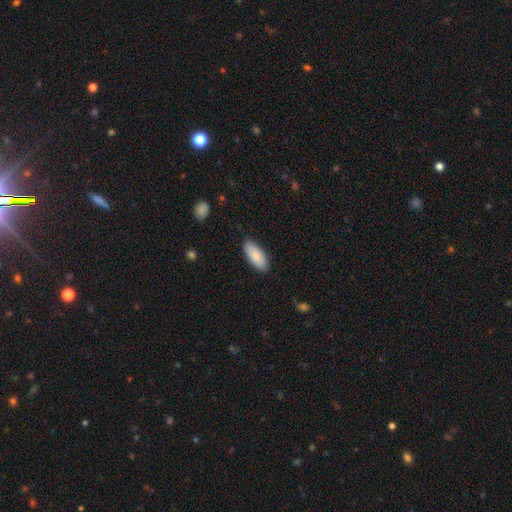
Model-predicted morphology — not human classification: smooth_or_featured: smooth (p=0.87) [alt: featured or disk p=0.08]
how_rounded: in between (p=0.83) [alt: cigar-shaped p=0.15]
merging: none (p=0.87) [alt: minor disturbance p=0.10]